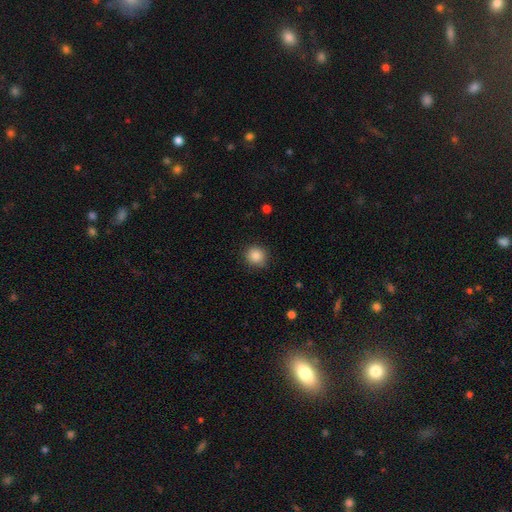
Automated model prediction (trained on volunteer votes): Smooth or featured? Predicted: smooth (p=0.86). How rounded? Predicted: round (p=0.88). Merging? Predicted: none (p=0.85).